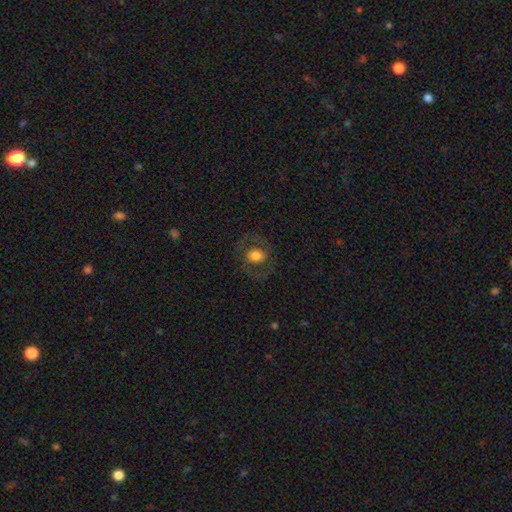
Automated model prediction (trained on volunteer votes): Morphology: type=smooth (51%); roundness=round (60%); merging=none (77%).